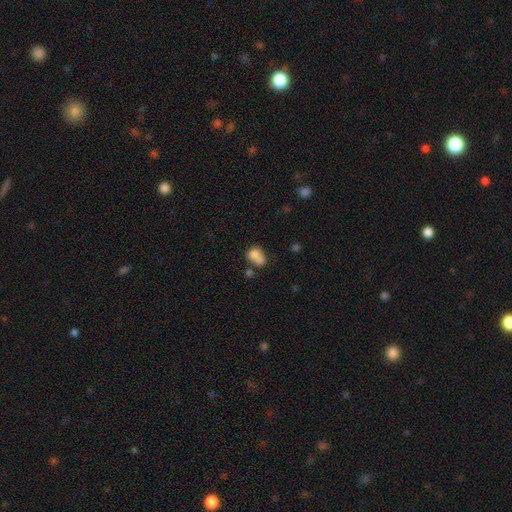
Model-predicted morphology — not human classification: type=smooth (75%); roundness=in between (55%); merging=merger (50%).